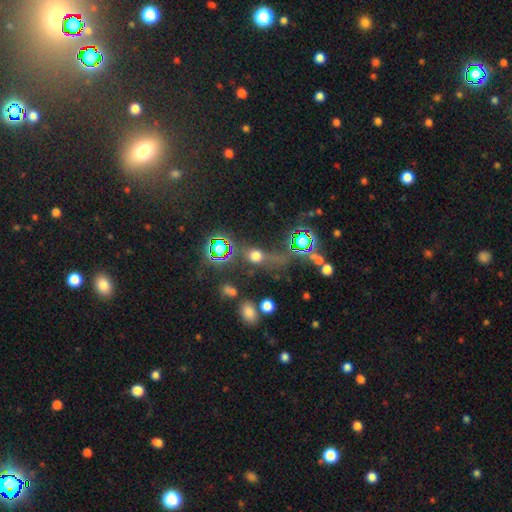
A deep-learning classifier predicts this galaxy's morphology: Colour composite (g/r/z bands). It shows a smooth galaxy with no disk features (47%). Merging: none (48%).